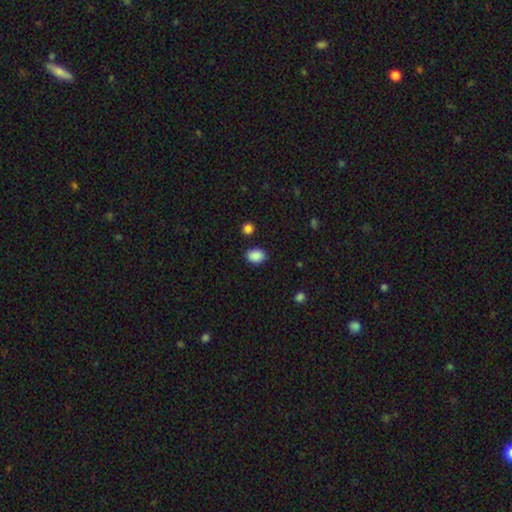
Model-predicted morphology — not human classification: Q: Smooth or featured?
A: smooth (89%); runner-up: star or artifact (8%)
Q: How rounded?
A: in between (74%); runner-up: round (25%)
Q: Merging?
A: none (84%); runner-up: minor disturbance (11%)